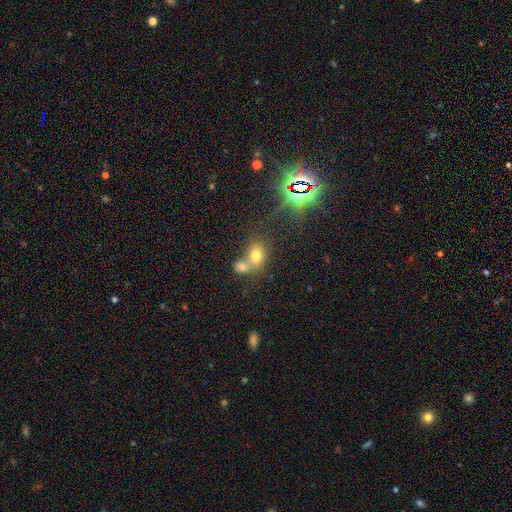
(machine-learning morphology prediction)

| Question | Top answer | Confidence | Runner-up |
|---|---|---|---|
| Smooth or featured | smooth | 70% | star or artifact (17%) |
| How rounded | in between | 57% | round (42%) |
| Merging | merger | 57% | none (31%) |